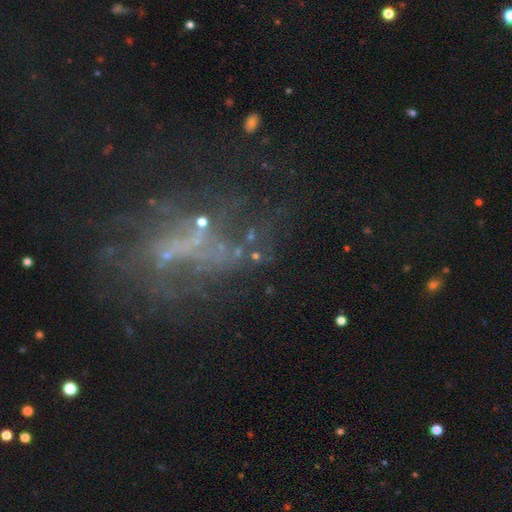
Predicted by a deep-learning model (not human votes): The model was most divided on "smooth or featured": featured or disk: 51%, star or artifact: 32%, smooth: 17%. Remaining: edge-on disk — no (96%); merging — none (49%).